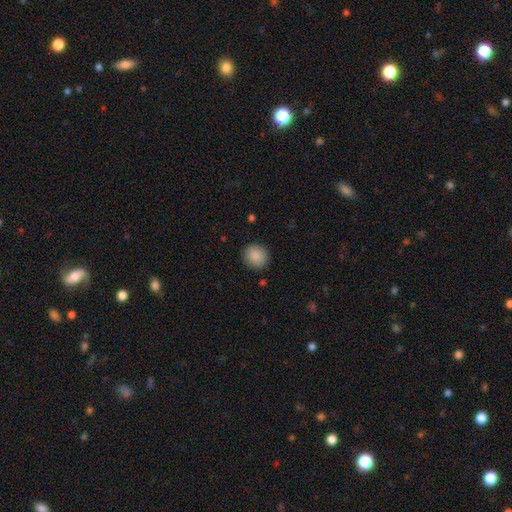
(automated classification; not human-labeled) Morphology: type=smooth (89%); roundness=round (88%); merging=none (90%).